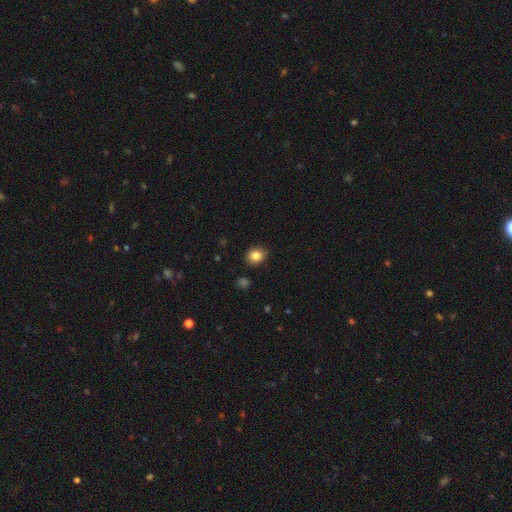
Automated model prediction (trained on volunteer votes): Smooth or featured? Predicted: smooth (p=0.83). How rounded? Predicted: round (p=0.69). Merging? Predicted: none (p=0.88).